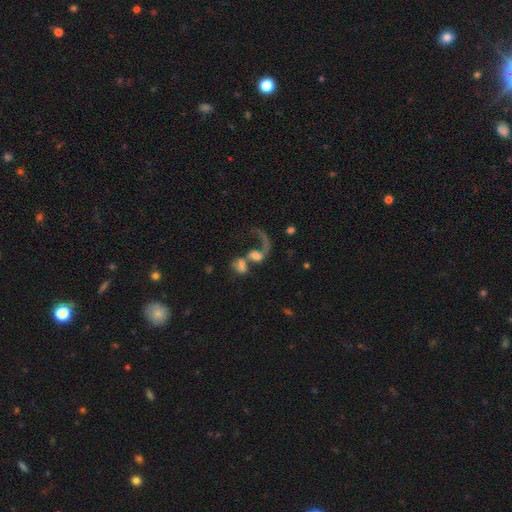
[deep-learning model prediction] Smooth or featured?
  - featured or disk: 47% *
  - smooth: 41%
  - star or artifact: 12%
Merging?
  - merger: 55% *
  - major disturbance: 24%
  - none: 14%
  - minor disturbance: 7%